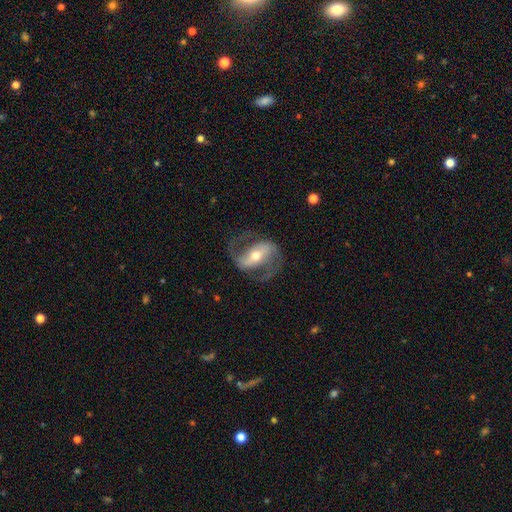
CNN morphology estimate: type=featured or disk (89%); edge-on=no (97%); bar=strong (54%); spiral arms=yes (95%); winding=medium (54%); arm count=2 (93%); bulge=moderate (59%); merging=none (76%).